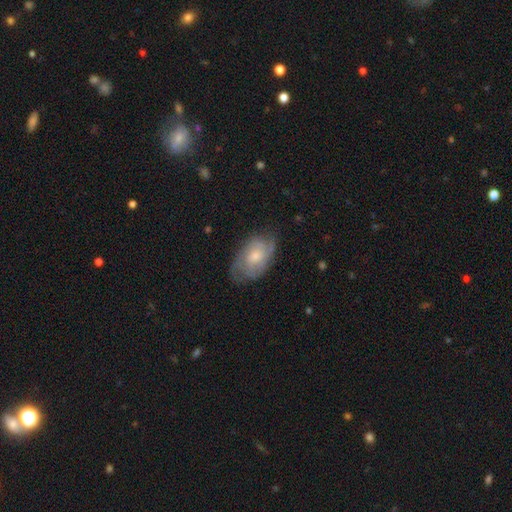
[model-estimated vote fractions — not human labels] This is possibly a featured or disk galaxy (58%). It is clearly not viewed edge-on (95%). Bar: likely no (75%). Spiral arm pattern: likely yes (80%). Central bulge: possibly moderate (50%). Merging: likely none (63%).